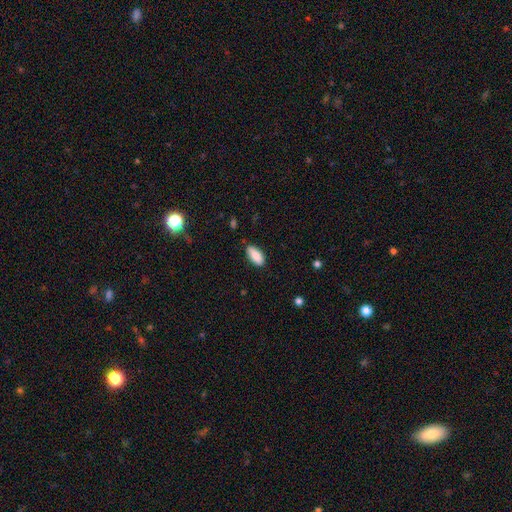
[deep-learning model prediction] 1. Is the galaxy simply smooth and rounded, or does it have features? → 88% smooth, 7% star or artifact, 6% featured or disk.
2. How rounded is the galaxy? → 87% in between, 11% cigar-shaped, 2% round.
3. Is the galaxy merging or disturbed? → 81% none, 15% minor disturbance, 2% major disturbance, 1% merger.